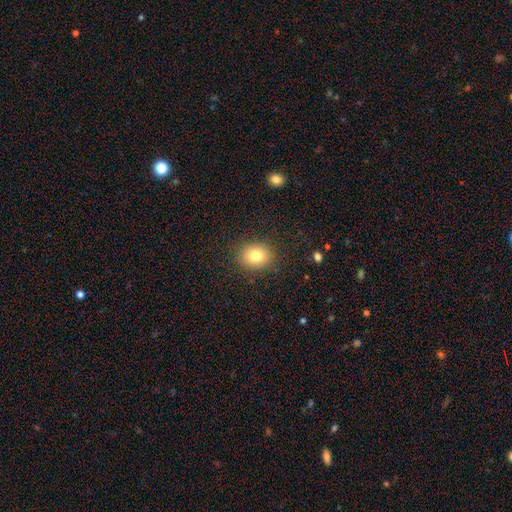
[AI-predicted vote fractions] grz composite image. It shows a smooth galaxy with no disk features (79%) that is round (68%). Merging: none (88%).